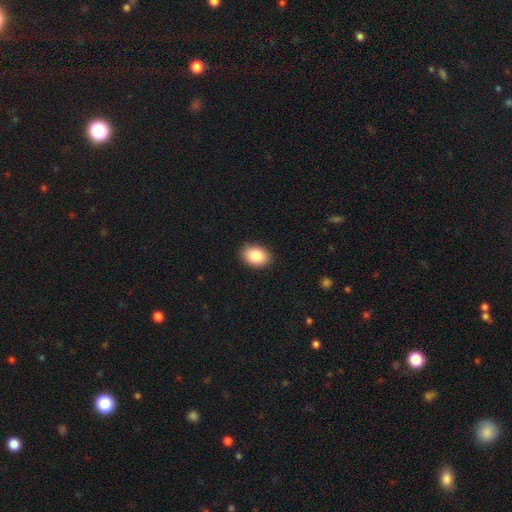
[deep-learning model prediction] Smooth or featured? Predicted: smooth (p=0.86). How rounded? Predicted: in between (p=0.77). Merging? Predicted: none (p=0.90).